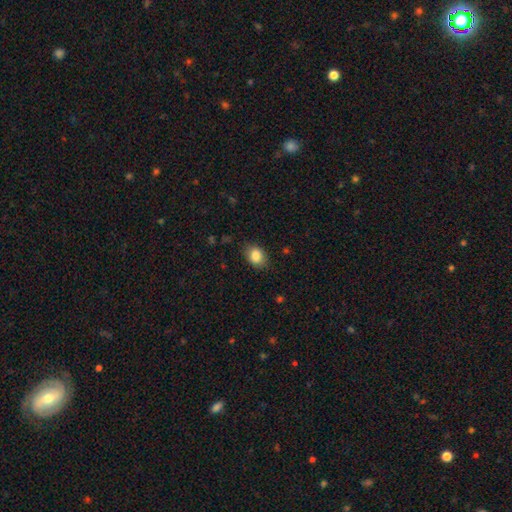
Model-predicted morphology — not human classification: smooth 85%, star or artifact 8%, featured or disk 6%. Down the decision tree: how rounded — in between (68%); merging — none (80%).